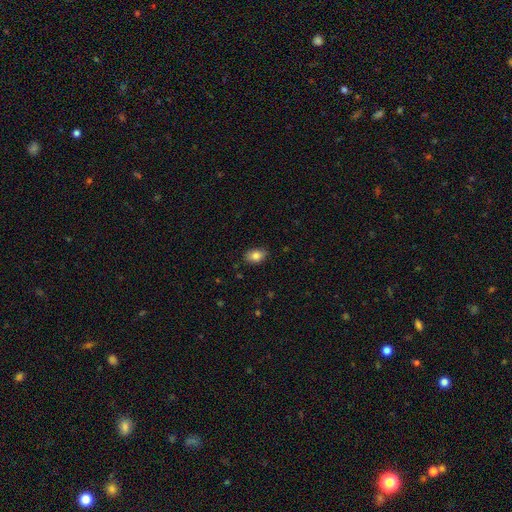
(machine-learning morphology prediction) Smooth or featured?
  - smooth: 84% *
  - star or artifact: 8%
  - featured or disk: 8%
How rounded?
  - in between: 82% *
  - round: 17%
  - cigar-shaped: 2%
Merging?
  - none: 82% *
  - minor disturbance: 14%
  - major disturbance: 2%
  - merger: 1%